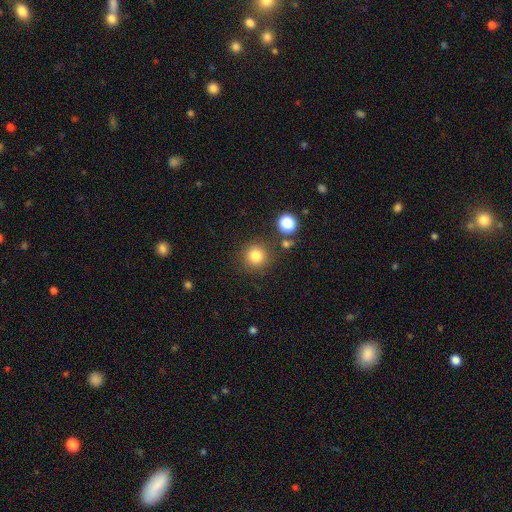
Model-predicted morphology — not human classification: This appears to be a smooth galaxy with no disk features (81%) that is round (94%). Merging: none (85%).